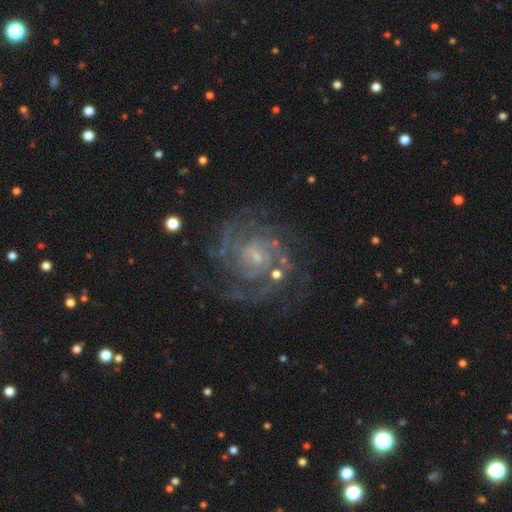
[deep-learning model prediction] Morphology: type=featured or disk (89%); edge-on=no (98%); bar=no (49%); spiral arms=yes (97%); winding=tight (63%); arm count=3 (23%); bulge=small (71%); merging=none (73%).